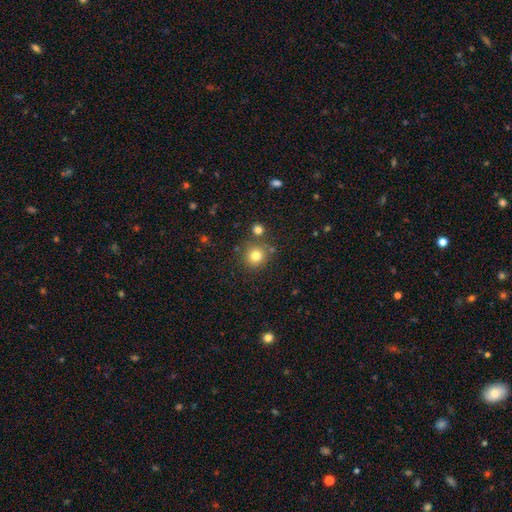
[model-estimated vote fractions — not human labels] Overall: smooth (80%). How rounded: round (92%). Merging: none (79%).